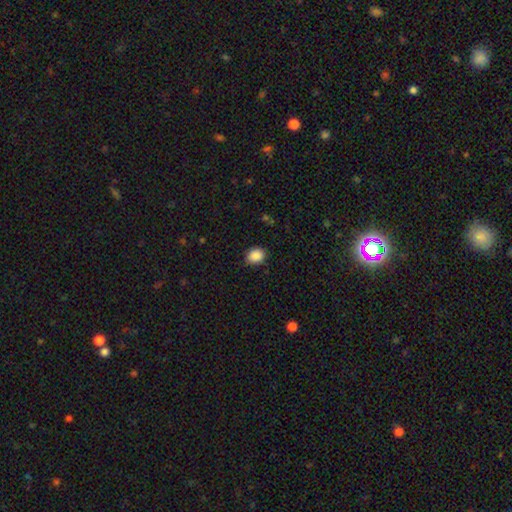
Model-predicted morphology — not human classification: Q: Smooth or featured?
A: smooth (88%); runner-up: star or artifact (9%)
Q: How rounded?
A: round (59%); runner-up: in between (41%)
Q: Merging?
A: none (83%); runner-up: minor disturbance (13%)